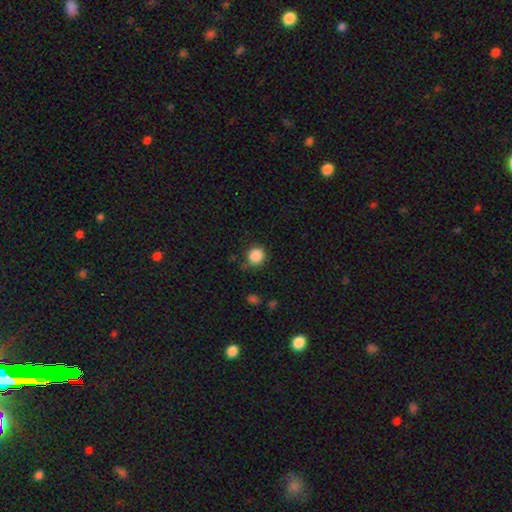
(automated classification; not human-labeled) Smooth or featured? Predicted: smooth (p=0.87). How rounded? Predicted: round (p=0.90). Merging? Predicted: none (p=0.81).